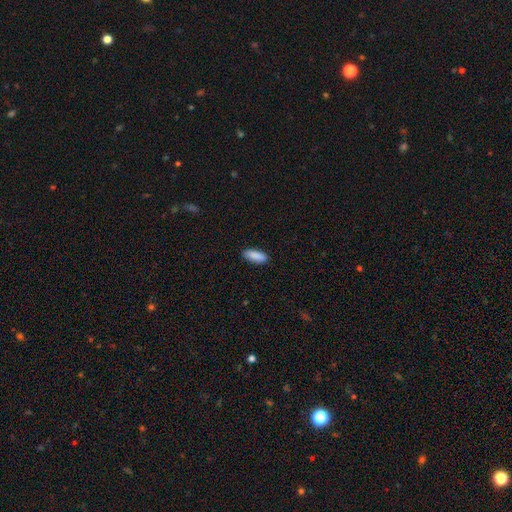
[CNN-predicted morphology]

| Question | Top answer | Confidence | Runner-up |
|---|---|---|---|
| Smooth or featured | smooth | 90% | star or artifact (6%) |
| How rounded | in between | 68% | cigar-shaped (30%) |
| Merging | none | 89% | minor disturbance (8%) |